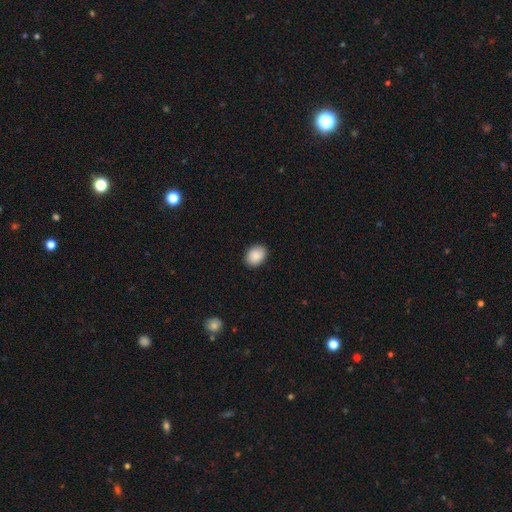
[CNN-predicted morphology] type=smooth (90%); roundness=in between (67%); merging=none (89%).